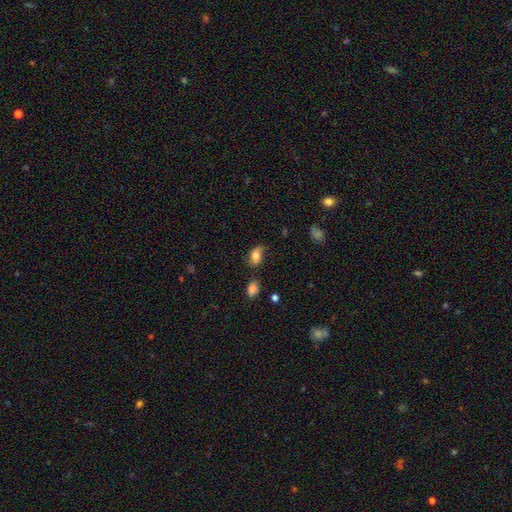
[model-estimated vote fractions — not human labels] smooth-or-featured: smooth: 67% | featured or disk: 23% | star or artifact: 10%
  how-rounded: in between: 85% | round: 13% | cigar-shaped: 2%
  merging: none: 44% | minor disturbance: 34% | major disturbance: 17% | merger: 5%